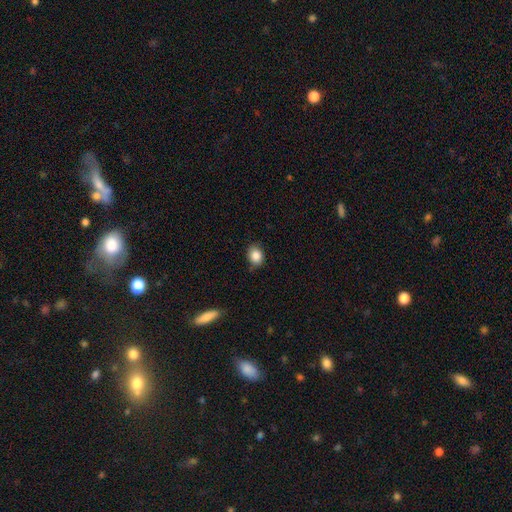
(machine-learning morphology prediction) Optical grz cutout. It shows a smooth galaxy with no disk features (86%) that is in between round and cigar-shaped (51%). Merging: none (79%).